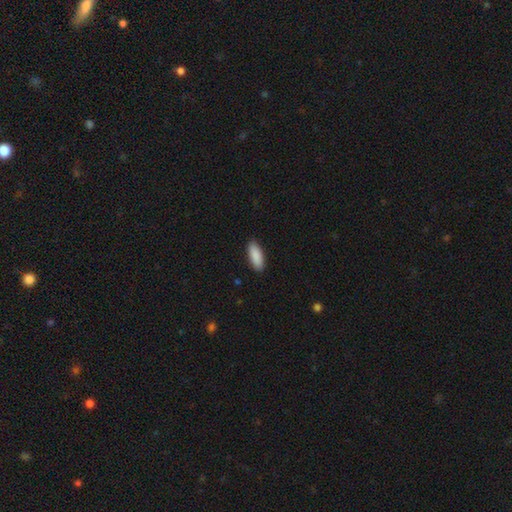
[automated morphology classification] Smooth or featured? smooth (90%)
How rounded? in between (76%)
Merging? none (90%)